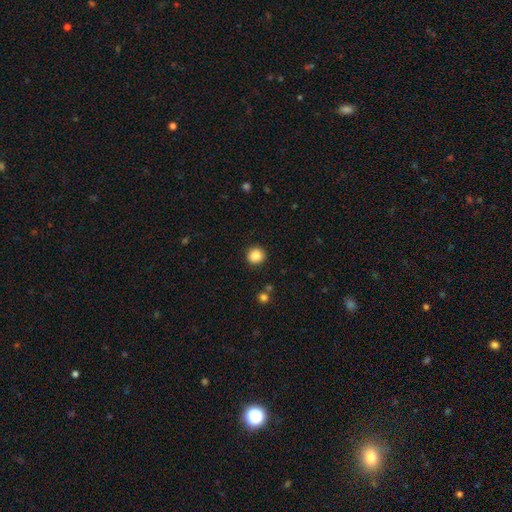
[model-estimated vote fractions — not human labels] smooth_or_featured: smooth (p=0.87) [alt: star or artifact p=0.09]
how_rounded: round (p=0.93) [alt: in between p=0.06]
merging: none (p=0.91) [alt: minor disturbance p=0.06]